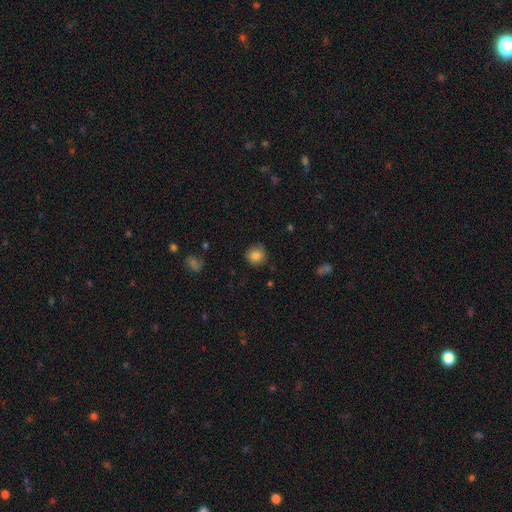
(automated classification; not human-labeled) smooth 83%, star or artifact 10%, featured or disk 7%. Down the decision tree: how rounded — round (89%); merging — none (81%).